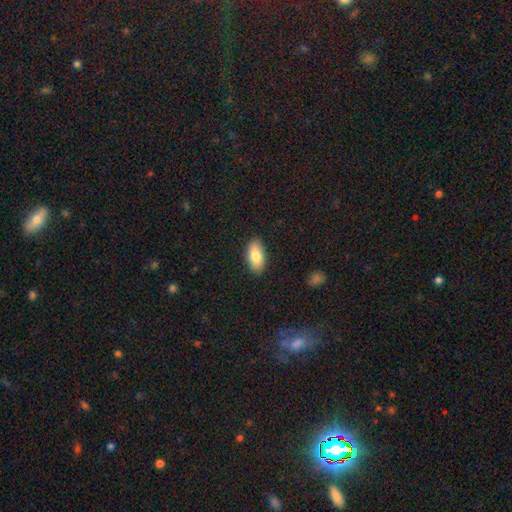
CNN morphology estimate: Smooth or featured?
  - smooth: 82% *
  - featured or disk: 11%
  - star or artifact: 6%
How rounded?
  - in between: 92% *
  - cigar-shaped: 5%
  - round: 3%
Merging?
  - none: 88% *
  - minor disturbance: 9%
  - major disturbance: 2%
  - merger: 1%